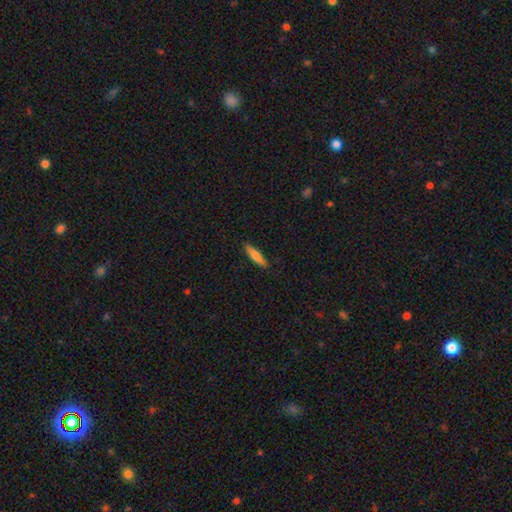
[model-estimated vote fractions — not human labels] Smooth or featured?
  - smooth: 70% *
  - featured or disk: 24%
  - star or artifact: 6%
How rounded?
  - cigar-shaped: 79% *
  - in between: 19%
  - round: 2%
Merging?
  - none: 88% *
  - minor disturbance: 9%
  - major disturbance: 2%
  - merger: 1%